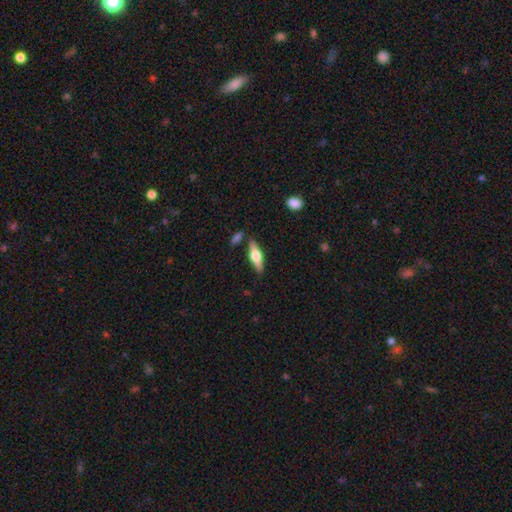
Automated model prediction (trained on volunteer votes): Smooth or featured: featured or disk — 58% (smooth — 36%)
Edge-on disk: yes — 95% (no — 5%)
Edge-on bulge: rounded — 94% (boxy — 5%)
Merging: none — 81% (minor disturbance — 11%)